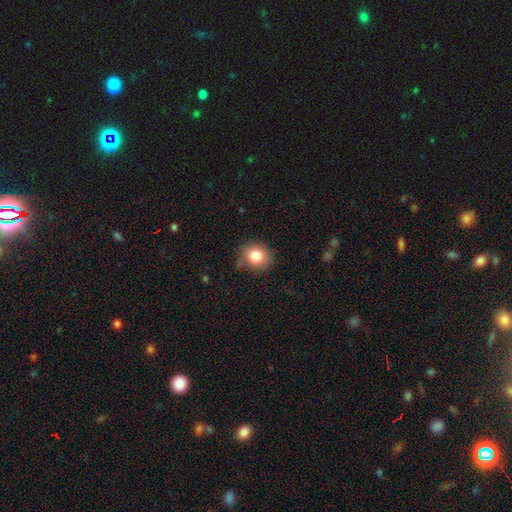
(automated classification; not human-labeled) This appears to be a smooth galaxy with no disk features (83%) that is round (78%). Merging: none (78%).